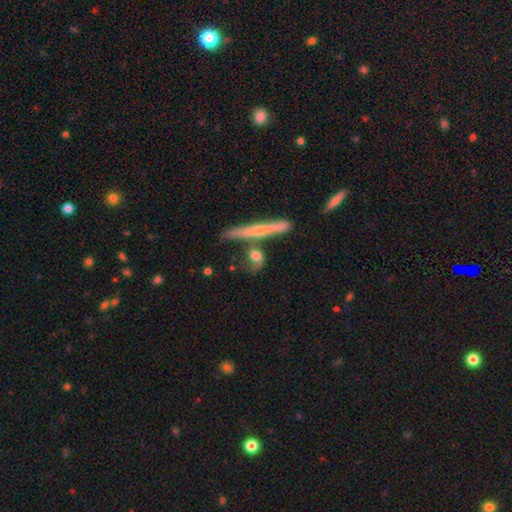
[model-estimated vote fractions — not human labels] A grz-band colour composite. It shows a featured or disk galaxy (47%). Merging: none (50%).